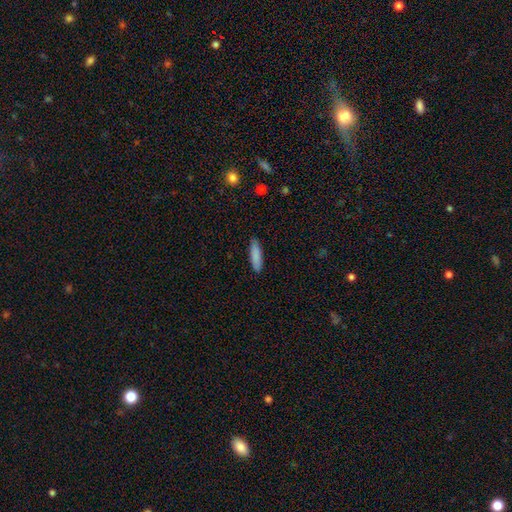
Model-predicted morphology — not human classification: Overall: smooth (87%). How rounded: cigar-shaped (66%; in between 33%). Merging: none (87%).